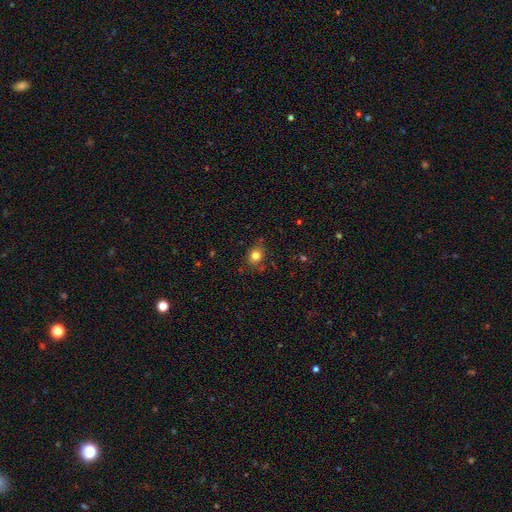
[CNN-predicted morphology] A smooth galaxy with no disk features (81%) that is round (66%).

Vote fractions:
- Smooth or featured? smooth: 81% / star or artifact: 12% / featured or disk: 7%
- How rounded? round: 66% / in between: 33% / cigar-shaped: 1%
- Merging? none: 77% / minor disturbance: 16% / major disturbance: 4% / merger: 3%